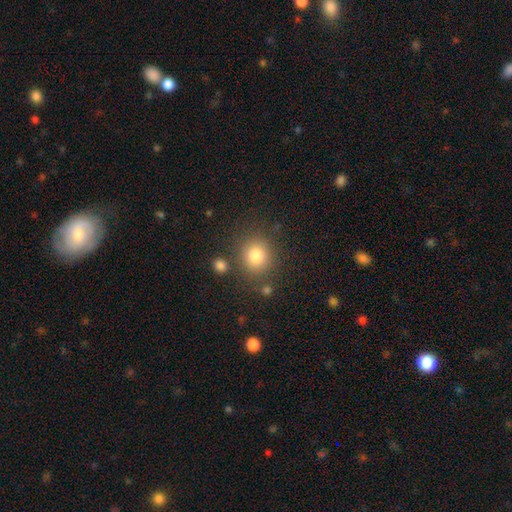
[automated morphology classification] The model was most divided on "smooth or featured": smooth: 81%, star or artifact: 11%, featured or disk: 8%. More confident: how rounded — round (86%); merging — none (80%).